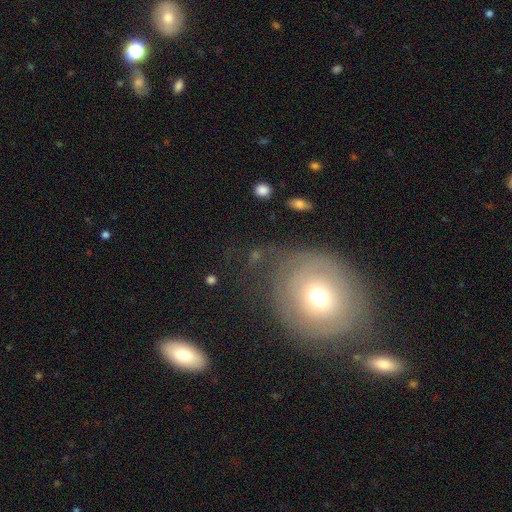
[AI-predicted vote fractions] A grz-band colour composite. It shows a smooth galaxy with no disk features (47%). Merging: none (58%).